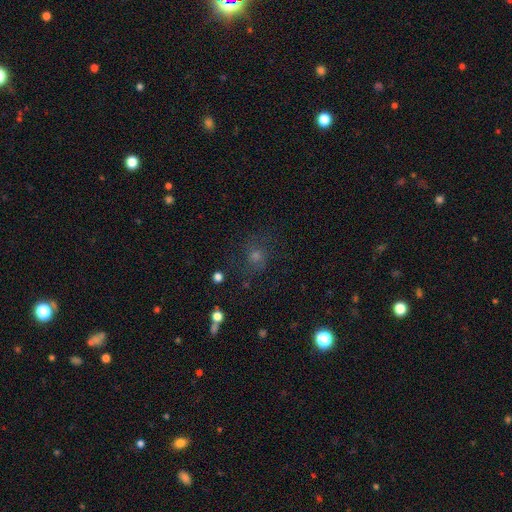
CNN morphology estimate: Smooth or featured? star or artifact (39%)